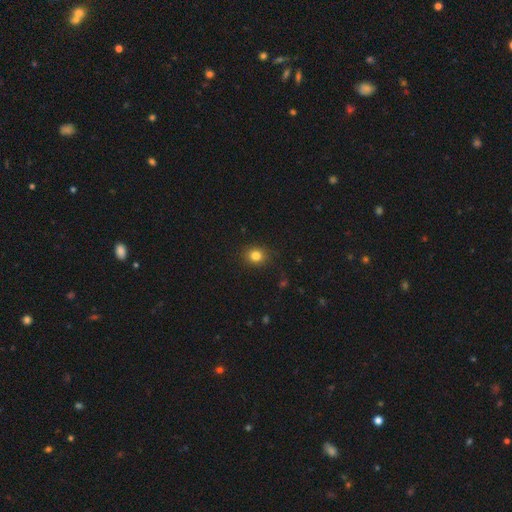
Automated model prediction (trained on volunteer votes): Smooth or featured: smooth — 82% (star or artifact — 12%)
How rounded: round — 72% (in between — 27%)
Merging: none — 87% (minor disturbance — 10%)